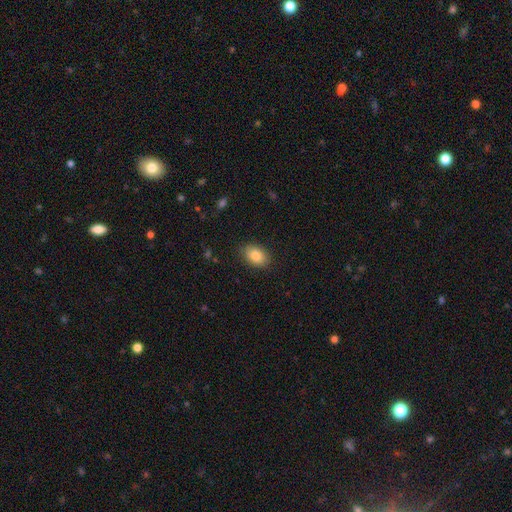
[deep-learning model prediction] Smooth or featured? Predicted: smooth (p=0.85). How rounded? Predicted: in between (p=0.85). Merging? Predicted: none (p=0.87).